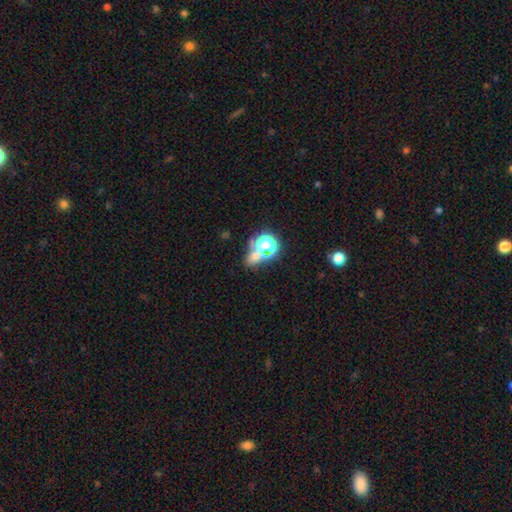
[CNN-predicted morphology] This appears to be a star or artifact, not a galaxy (47%).